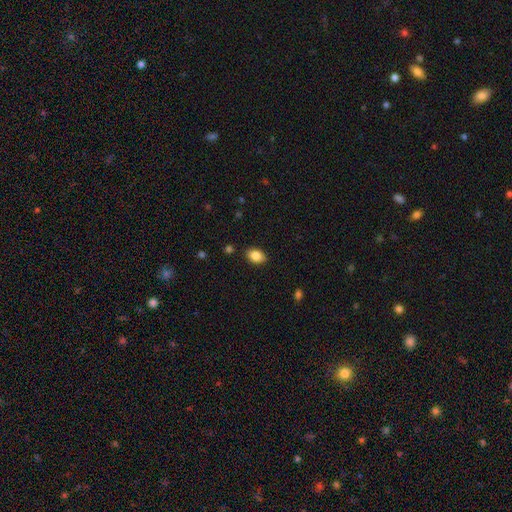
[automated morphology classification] A smooth galaxy with no disk features (86%) that is in between round and cigar-shaped (85%).

Vote fractions:
- Smooth or featured? smooth: 86% / star or artifact: 8% / featured or disk: 6%
- How rounded? in between: 85% / round: 14% / cigar-shaped: 1%
- Merging? none: 88% / minor disturbance: 9% / major disturbance: 2% / merger: 1%